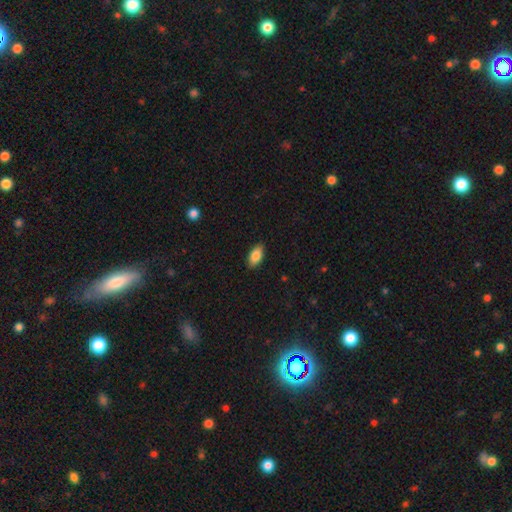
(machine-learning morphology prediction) Overall: smooth (86%). How rounded: in between (92%). Merging: none (88%).